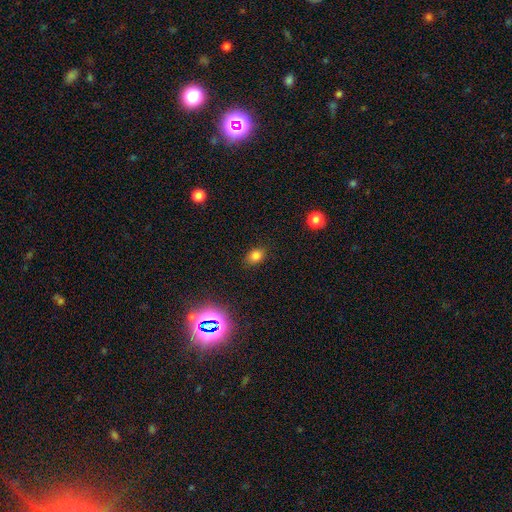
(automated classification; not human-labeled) Smooth or featured? Predicted: smooth (p=0.79). How rounded? Predicted: in between (p=0.69). Merging? Predicted: none (p=0.84).